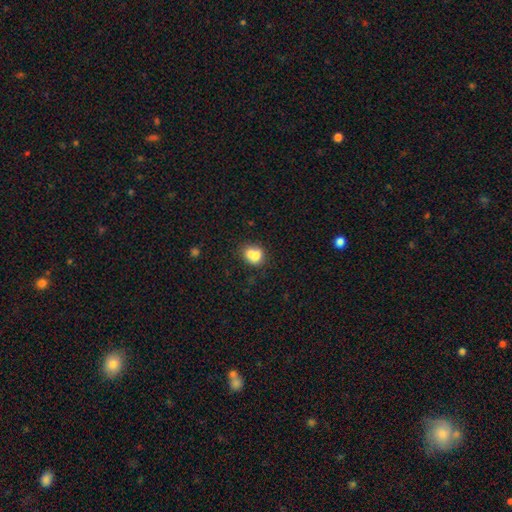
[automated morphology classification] This is likely a smooth galaxy (74%). How rounded: possibly round (60%). Merging: possibly merger (50%).